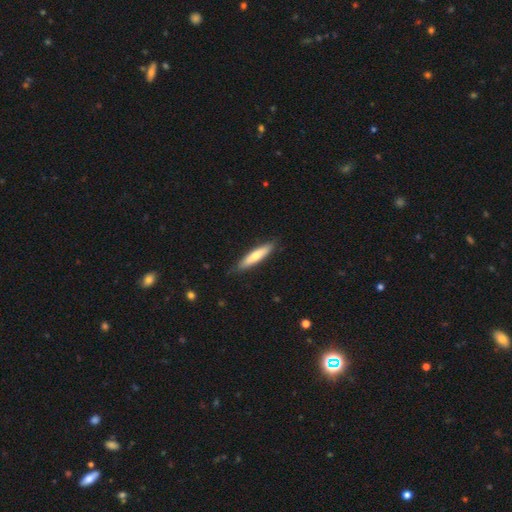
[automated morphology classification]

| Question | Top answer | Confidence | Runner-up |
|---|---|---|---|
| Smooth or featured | smooth | 67% | featured or disk (28%) |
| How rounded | cigar-shaped | 82% | in between (17%) |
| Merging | none | 85% | minor disturbance (12%) |